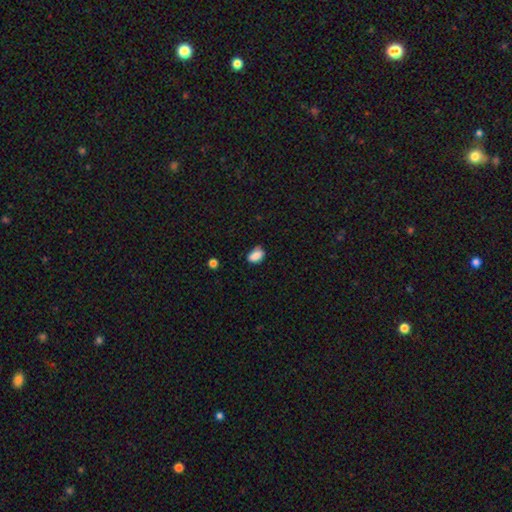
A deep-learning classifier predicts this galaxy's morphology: Smooth or featured? smooth (86%)
How rounded? in between (86%)
Merging? none (64%)